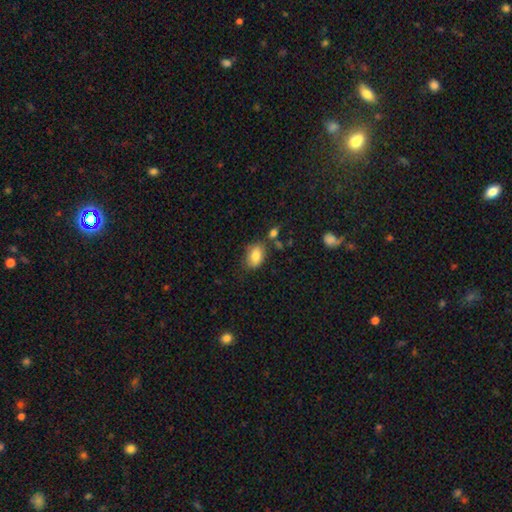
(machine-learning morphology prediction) Q: Smooth or featured?
A: smooth (83%); runner-up: featured or disk (9%)
Q: How rounded?
A: in between (84%); runner-up: round (15%)
Q: Merging?
A: none (68%); runner-up: minor disturbance (18%)